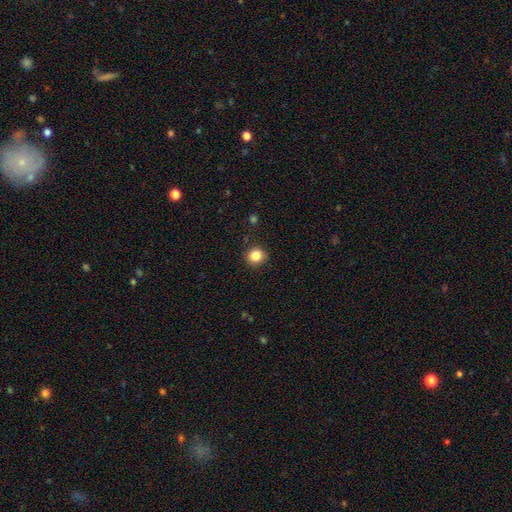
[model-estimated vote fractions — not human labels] Q: Smooth or featured?
A: smooth (84%); runner-up: star or artifact (11%)
Q: How rounded?
A: round (87%); runner-up: in between (12%)
Q: Merging?
A: none (90%); runner-up: minor disturbance (7%)